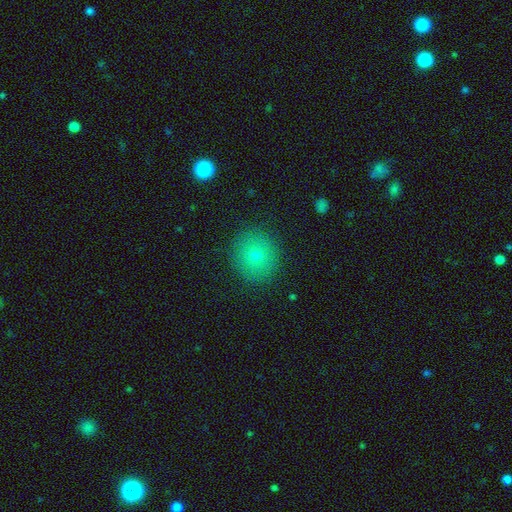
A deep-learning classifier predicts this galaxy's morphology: smooth 71%, featured or disk 15%, star or artifact 15%. Down the decision tree: how rounded — round (91%); merging — none (90%).